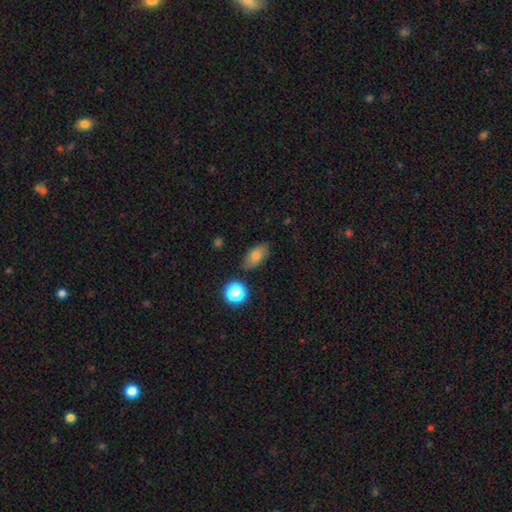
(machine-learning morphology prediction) Smooth or featured? Predicted: smooth (p=0.76). How rounded? Predicted: in between (p=0.86). Merging? Predicted: none (p=0.81).